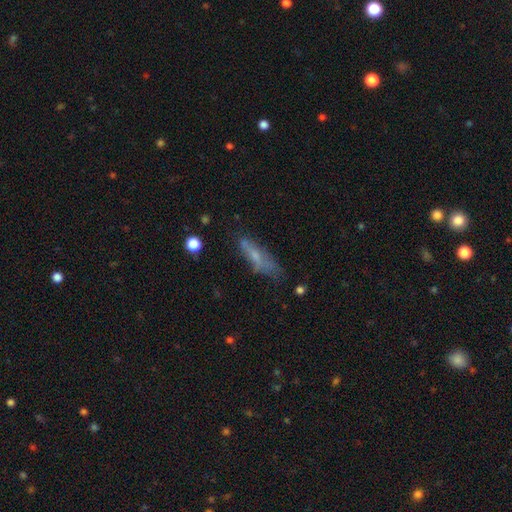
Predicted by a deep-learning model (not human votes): Smooth or featured? Predicted: smooth (p=0.53). How rounded? Predicted: cigar-shaped (p=0.64). Merging? Predicted: none (p=0.55).